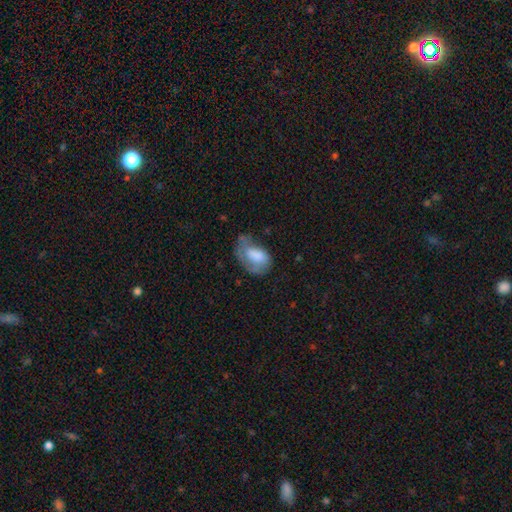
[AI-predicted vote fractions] This is likely a smooth galaxy (65%). How rounded: clearly in between (85%). Merging: marginally major disturbance (34%, tied with minor disturbance).